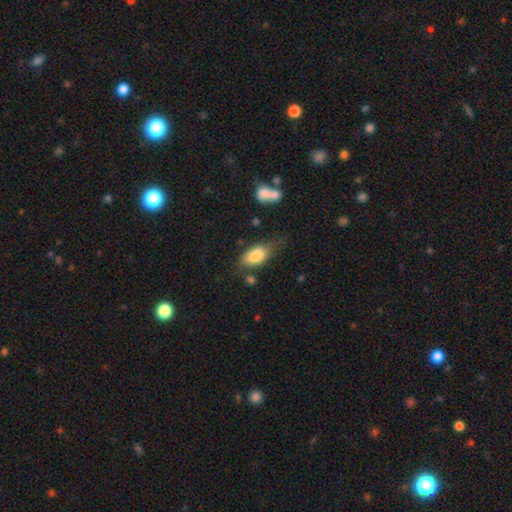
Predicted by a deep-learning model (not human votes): This appears to be a smooth galaxy with no disk features (82%) that is in between round and cigar-shaped (89%). Merging: none (53%).